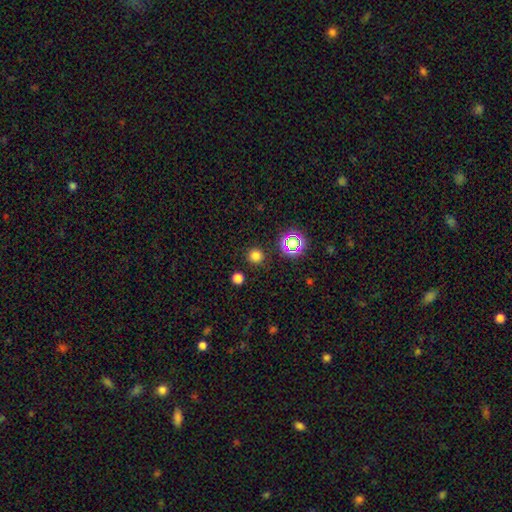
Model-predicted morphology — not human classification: This is likely a smooth galaxy (75%). How rounded: clearly round (94%). Merging: clearly none (89%).